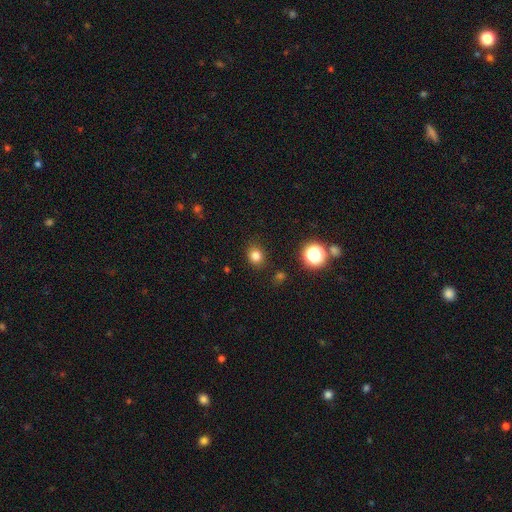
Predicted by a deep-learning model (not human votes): A smooth galaxy with no disk features (79%) that is round (74%). Merging: none (87%).